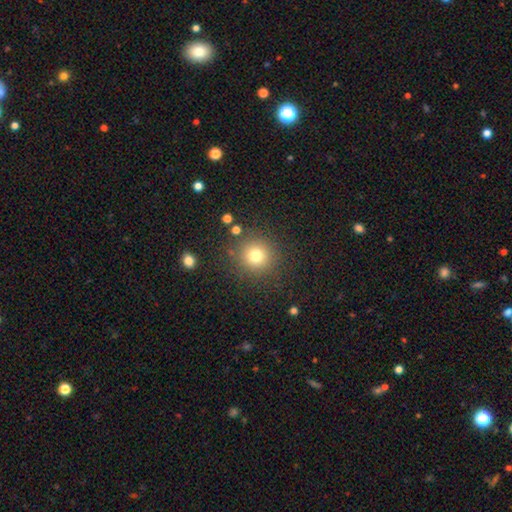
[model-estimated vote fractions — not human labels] A smooth galaxy with no disk features (77%) that is round (94%). Merging: none (86%).